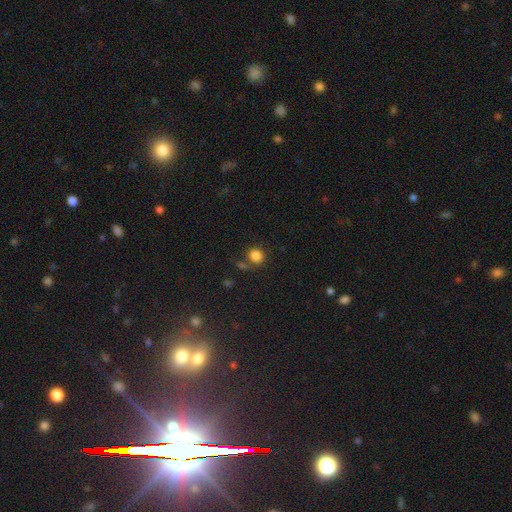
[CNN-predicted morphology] Smooth or featured: smooth — 84% (star or artifact — 11%)
How rounded: round — 82% (in between — 17%)
Merging: none — 72% (merger — 12%)